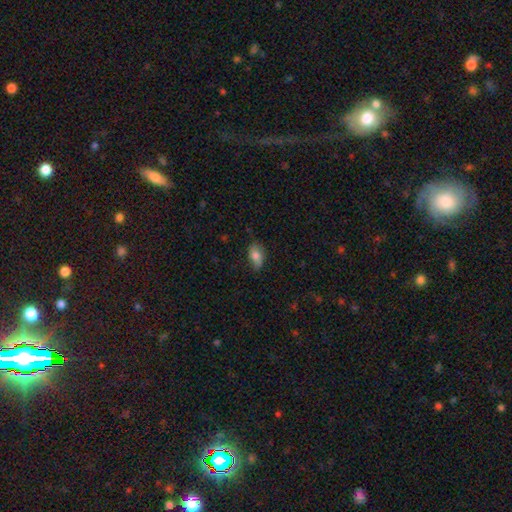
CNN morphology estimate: Smooth or featured: smooth — 76% (featured or disk — 16%)
How rounded: in between — 89% (round — 7%)
Merging: none — 68% (minor disturbance — 25%)